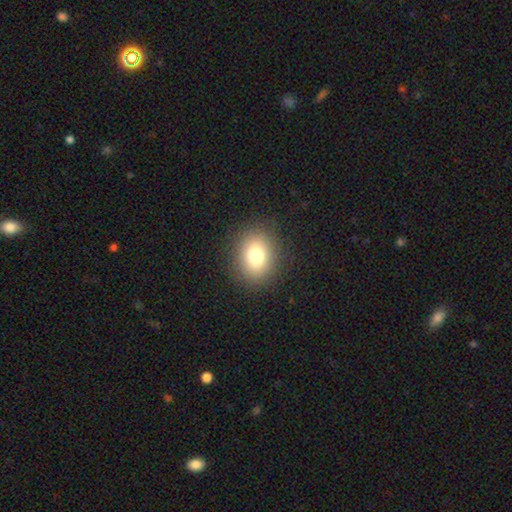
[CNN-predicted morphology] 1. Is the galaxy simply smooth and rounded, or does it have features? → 77% smooth, 13% star or artifact, 10% featured or disk.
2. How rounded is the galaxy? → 55% round, 44% in between, 1% cigar-shaped.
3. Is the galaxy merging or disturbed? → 88% none, 7% minor disturbance, 3% major disturbance, 1% merger.